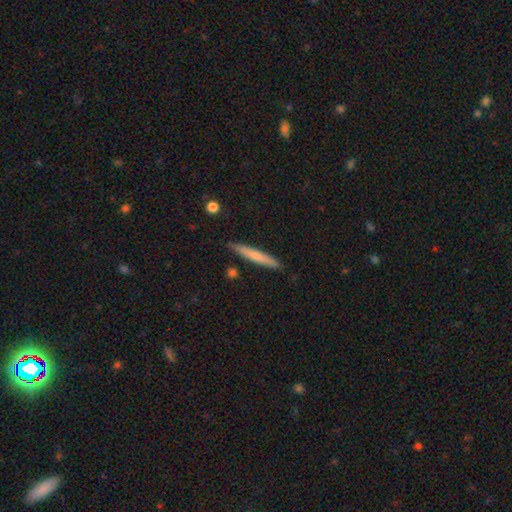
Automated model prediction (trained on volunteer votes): The model was most divided on "smooth or featured": smooth: 65%, featured or disk: 30%, star or artifact: 5%. More confident: how rounded — cigar-shaped (95%); merging — none (88%).